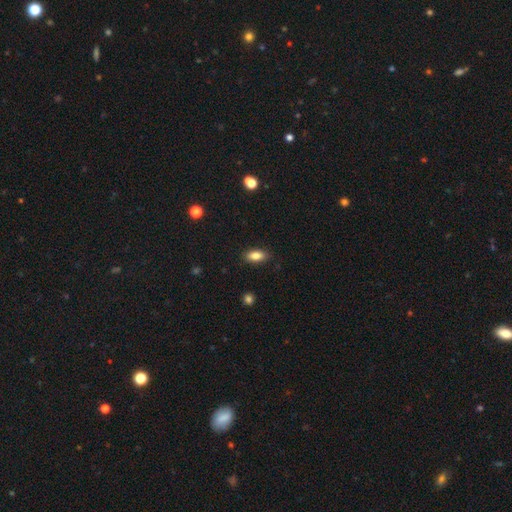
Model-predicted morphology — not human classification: smooth 84%, star or artifact 8%, featured or disk 8%. Down the decision tree: how rounded — in between (87%); merging — none (87%).